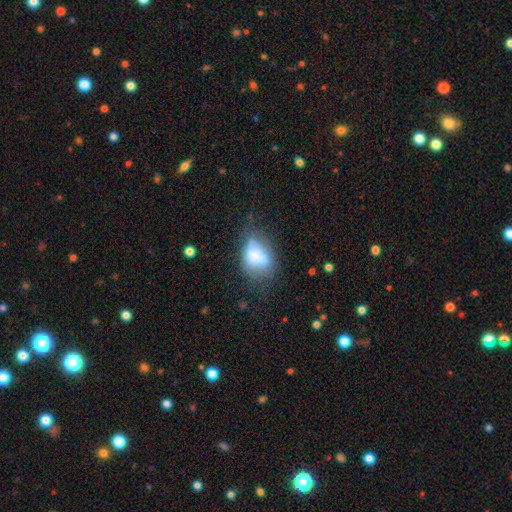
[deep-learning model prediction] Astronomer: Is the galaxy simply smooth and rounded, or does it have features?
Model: smooth — 59%.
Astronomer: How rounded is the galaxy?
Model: in between — 76%.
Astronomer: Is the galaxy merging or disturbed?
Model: none — 34% (runner-up: minor disturbance, 28%).